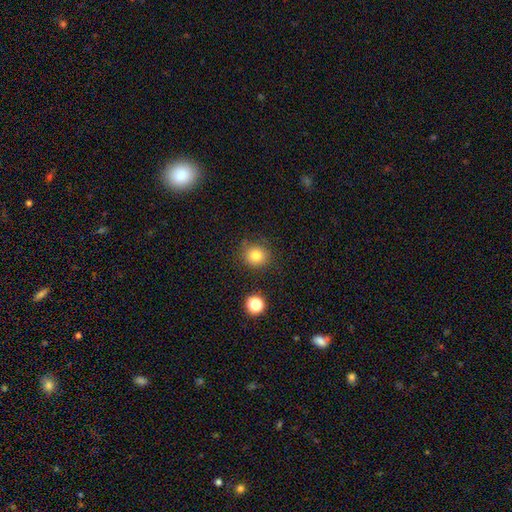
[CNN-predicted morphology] smooth 80%, star or artifact 13%, featured or disk 7%. Down the decision tree: how rounded — round (88%); merging — none (84%).